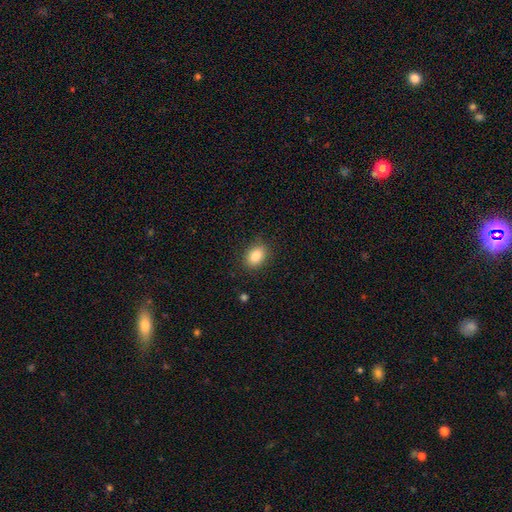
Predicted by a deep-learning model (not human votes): A smooth galaxy with no disk features (85%) that is in between round and cigar-shaped (73%). Merging: none (87%).